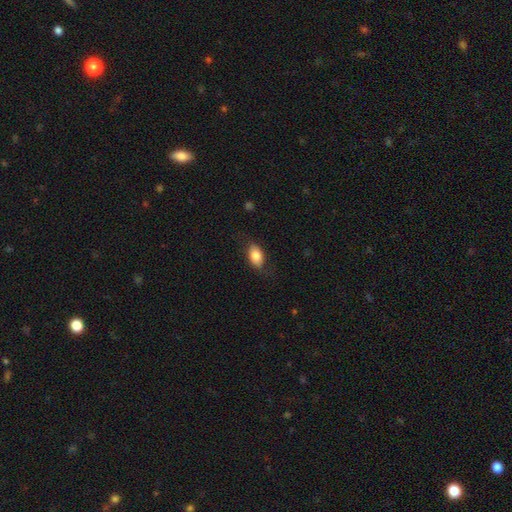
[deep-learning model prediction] Overall: smooth (80%). How rounded: in between (90%). Merging: none (74%).